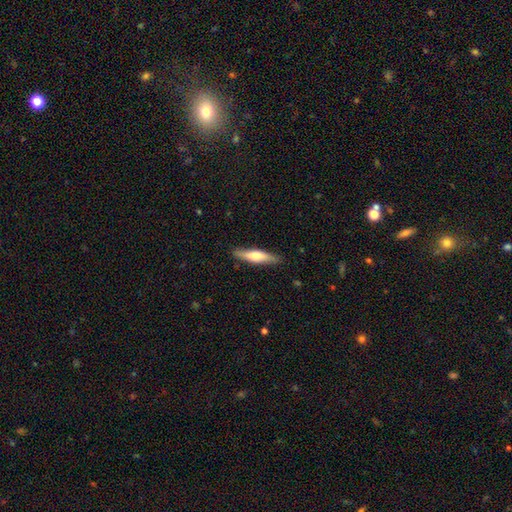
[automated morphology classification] A smooth galaxy with no disk features (56%) that is cigar-shaped (81%). Merging: none (87%).